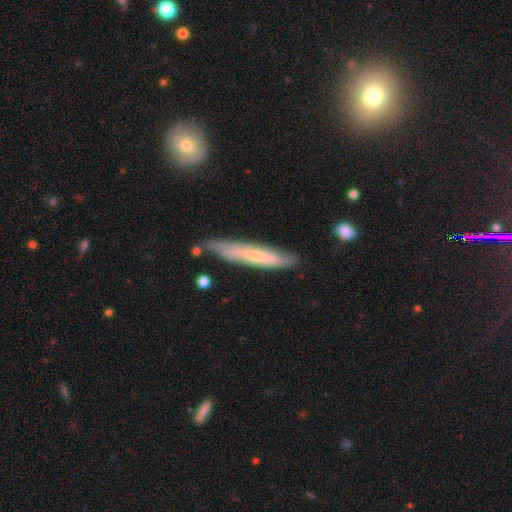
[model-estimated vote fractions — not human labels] smooth 56%, featured or disk 38%, star or artifact 6%. Down the decision tree: how rounded — cigar-shaped (93%); merging — none (76%).